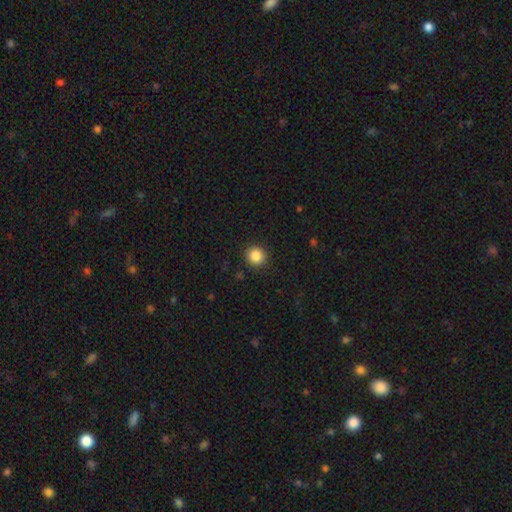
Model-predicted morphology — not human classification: A smooth galaxy with no disk features (86%) that is round (92%).

Vote fractions:
- Smooth or featured? smooth: 86% / star or artifact: 10% / featured or disk: 4%
- How rounded? round: 92% / in between: 7% / cigar-shaped: 1%
- Merging? none: 91% / minor disturbance: 6% / major disturbance: 2% / merger: 1%